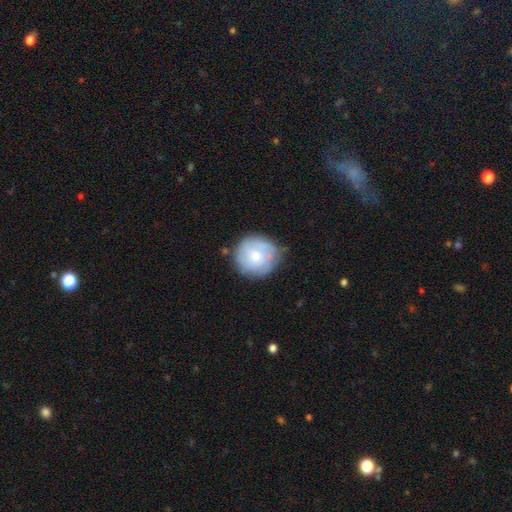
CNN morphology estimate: type=smooth (58%); roundness=round (94%); merging=none (77%).